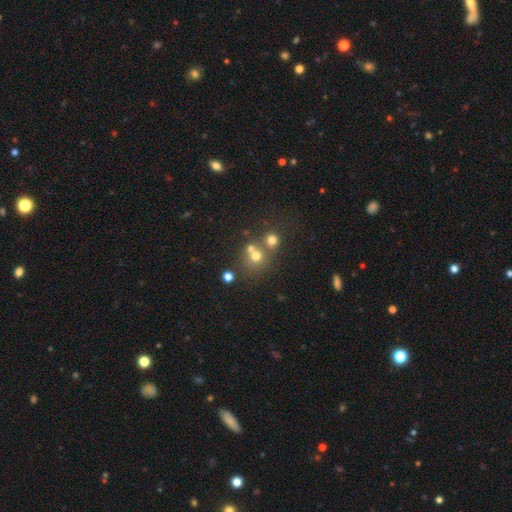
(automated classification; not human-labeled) Smooth or featured? Predicted: smooth (p=0.66). How rounded? Predicted: round (p=0.85). Merging? Predicted: none (p=0.51).